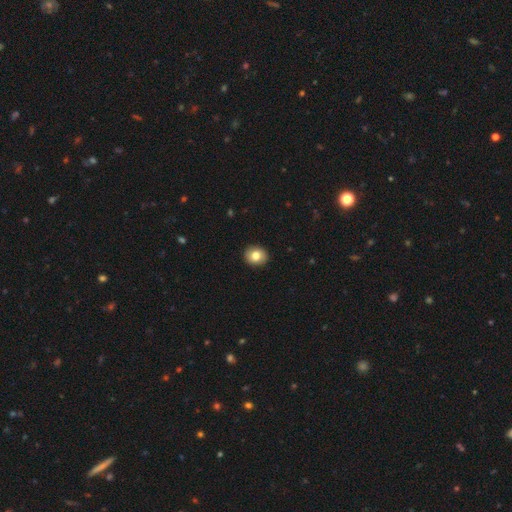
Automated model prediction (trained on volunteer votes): smooth 81%, featured or disk 11%, star or artifact 9%. Down the decision tree: how rounded — round (69%); merging — none (91%).